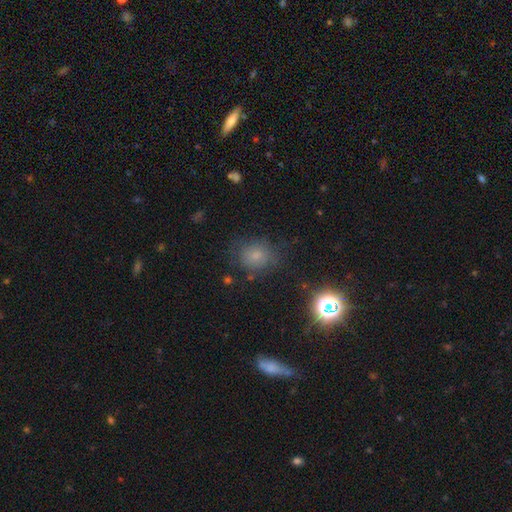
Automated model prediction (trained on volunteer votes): Overall: smooth (68%). How rounded: round (71%). Merging: none (73%).